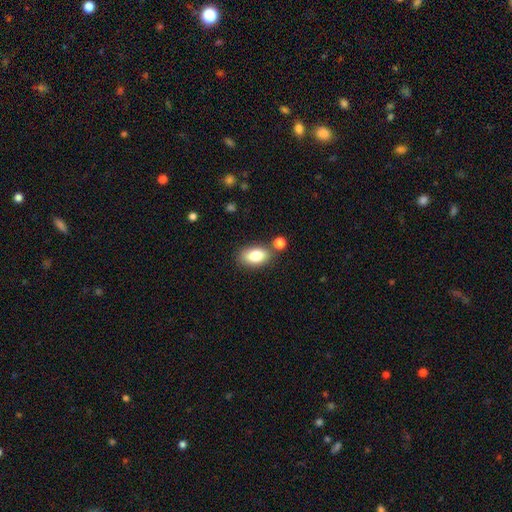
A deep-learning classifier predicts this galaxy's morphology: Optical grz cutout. It shows a smooth galaxy with no disk features (82%) that is in between round and cigar-shaped (90%). Merging: none (71%).